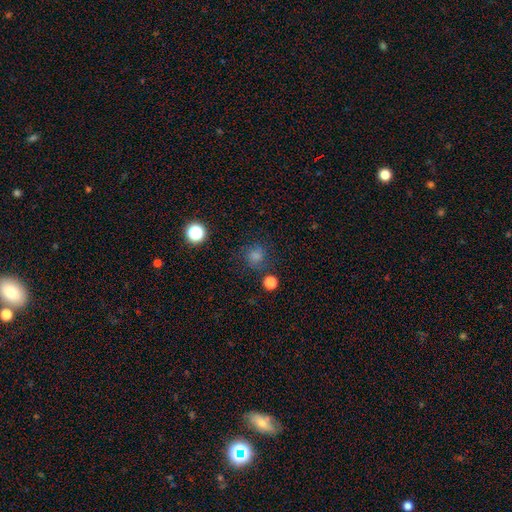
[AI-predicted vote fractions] smooth 66%, star or artifact 26%, featured or disk 8%. Down the decision tree: how rounded — round (90%); merging — none (81%).